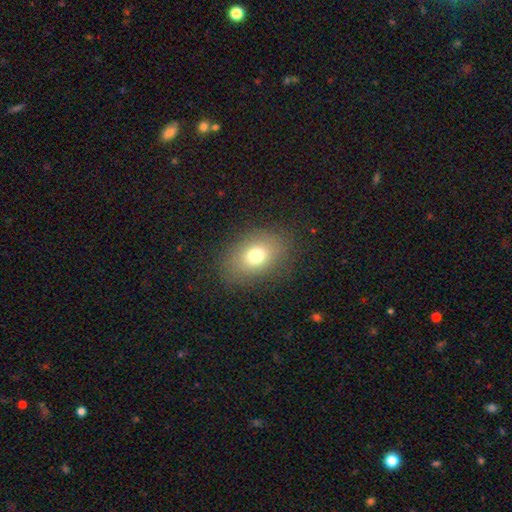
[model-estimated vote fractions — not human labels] This appears to be a smooth galaxy with no disk features (74%) that is in between round and cigar-shaped (72%). Merging: none (84%).